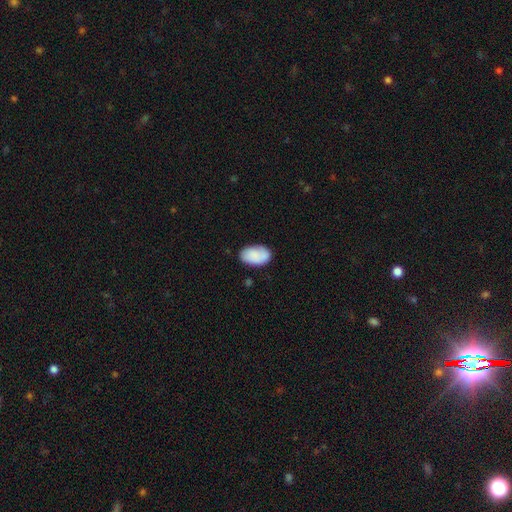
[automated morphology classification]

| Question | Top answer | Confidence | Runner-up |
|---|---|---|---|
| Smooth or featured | smooth | 84% | featured or disk (10%) |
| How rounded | in between | 93% | round (6%) |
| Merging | none | 74% | minor disturbance (19%) |